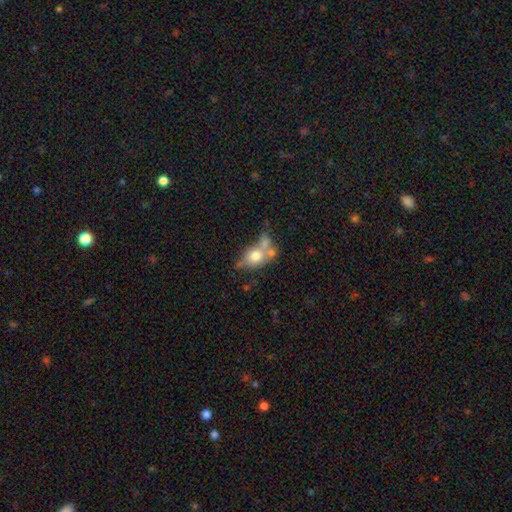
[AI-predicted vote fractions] smooth 65%, featured or disk 26%, star or artifact 9%. Down the decision tree: how rounded — in between (59%); merging — merger (47%).